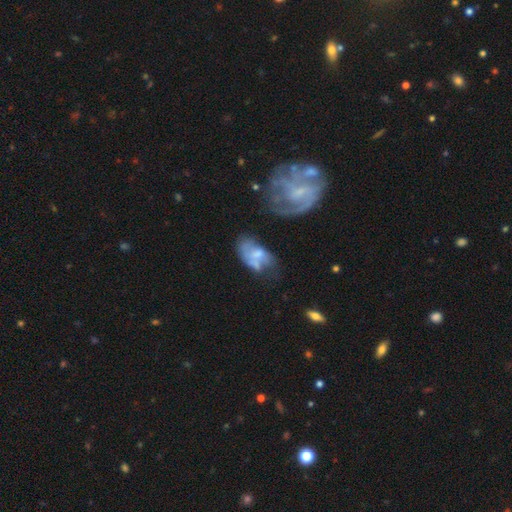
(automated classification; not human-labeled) Smooth or featured? Predicted: featured or disk (p=0.51). Edge-on disk? Predicted: no (p=0.95). Merging? Predicted: none (p=0.30).